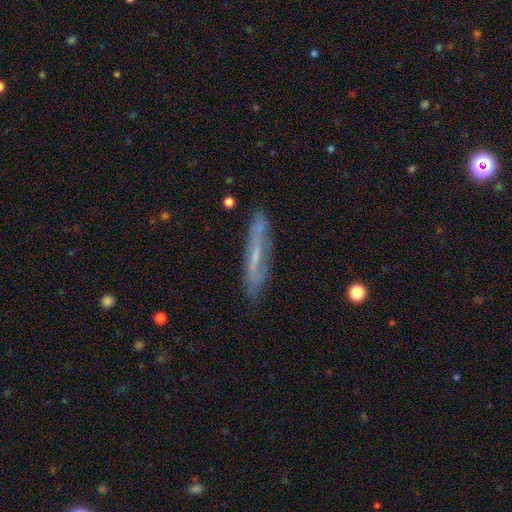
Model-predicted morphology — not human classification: Smooth or featured: featured or disk — 59% (smooth — 33%)
Edge-on disk: yes — 63% (no — 37%)
Merging: none — 82% (minor disturbance — 13%)